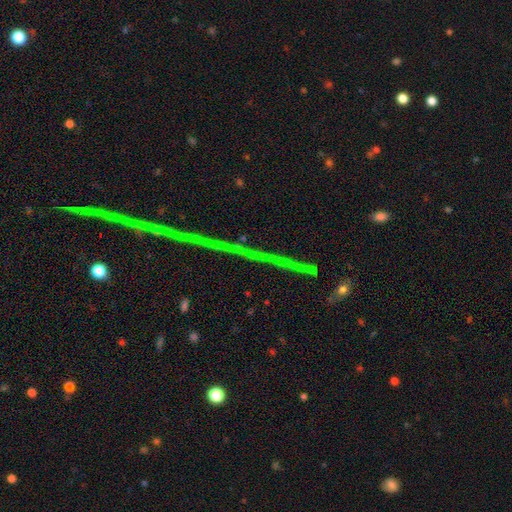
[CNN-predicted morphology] Smooth or featured: star or artifact — 76% (featured or disk — 15%)